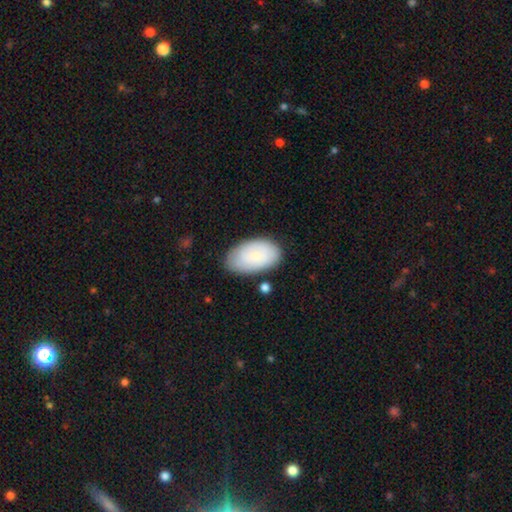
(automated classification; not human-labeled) Overall: smooth (74%). How rounded: in between (95%). Merging: none (76%).